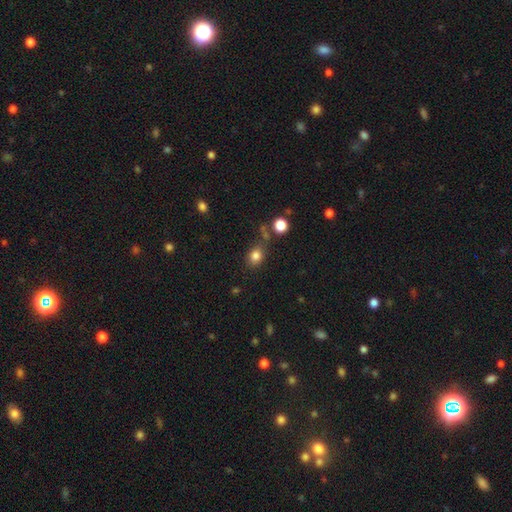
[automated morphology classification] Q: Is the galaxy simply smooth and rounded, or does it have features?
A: smooth — 82%.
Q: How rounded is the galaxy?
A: round — 51%.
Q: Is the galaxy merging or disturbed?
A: none — 70%.